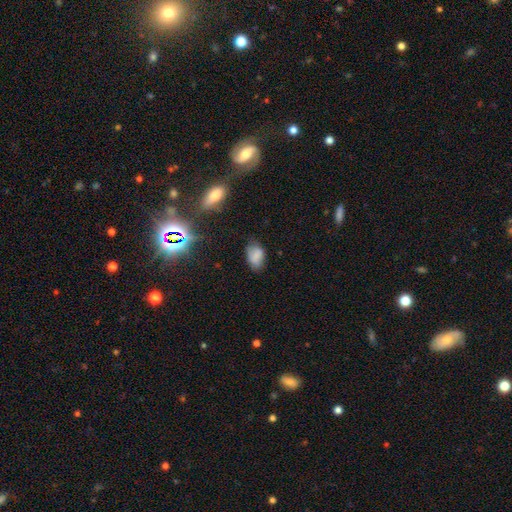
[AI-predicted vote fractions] A smooth galaxy with no disk features (75%) that is in between round and cigar-shaped (87%). Merging: none (61%).